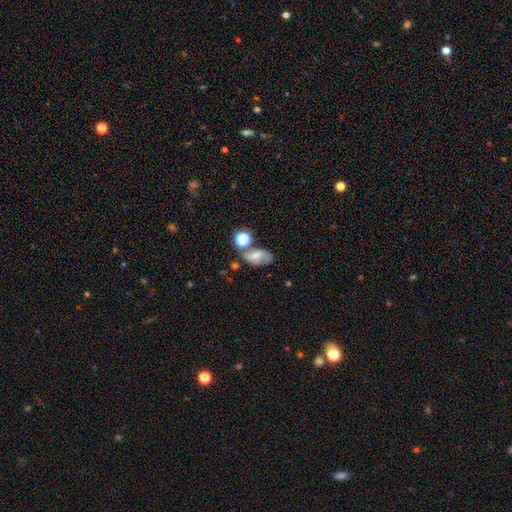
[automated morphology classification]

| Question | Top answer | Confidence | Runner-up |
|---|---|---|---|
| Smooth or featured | smooth | 49% | featured or disk (37%) |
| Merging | none | 48% | merger (21%) |